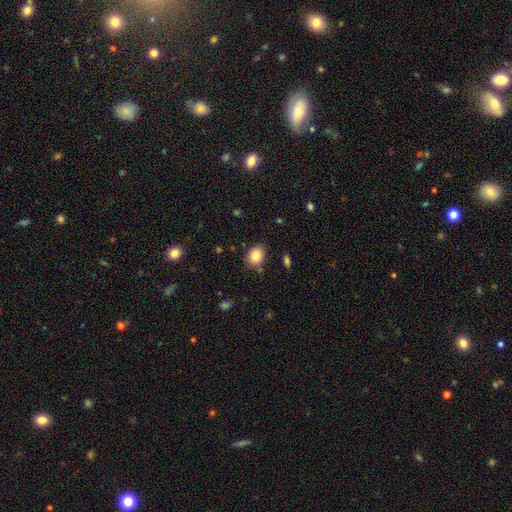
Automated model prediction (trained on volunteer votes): Smooth or featured: smooth — 85% (star or artifact — 9%)
How rounded: in between — 58% (round — 41%)
Merging: none — 82% (minor disturbance — 12%)